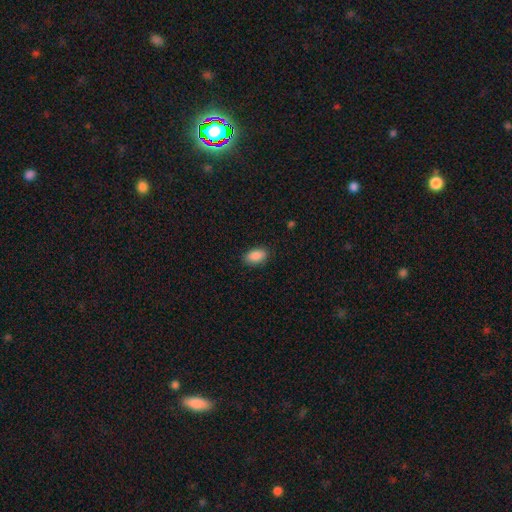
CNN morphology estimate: This appears to be a smooth galaxy with no disk features (90%) that is in between round and cigar-shaped (93%). Merging: none (87%).